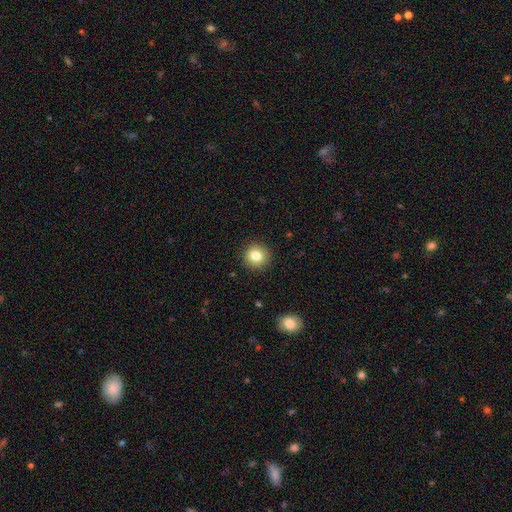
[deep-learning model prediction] smooth_or_featured: smooth (p=0.82) [alt: star or artifact p=0.10]
how_rounded: round (p=0.90) [alt: in between p=0.09]
merging: none (p=0.91) [alt: minor disturbance p=0.06]